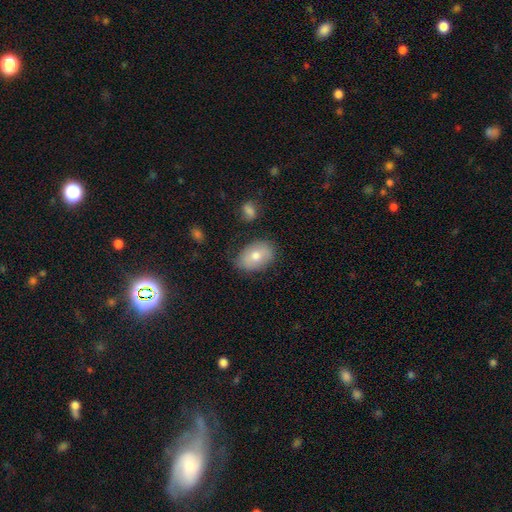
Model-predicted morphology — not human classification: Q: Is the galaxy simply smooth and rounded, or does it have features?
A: smooth — 68%.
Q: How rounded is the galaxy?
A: in between — 85%.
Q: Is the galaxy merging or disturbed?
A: none — 74%.